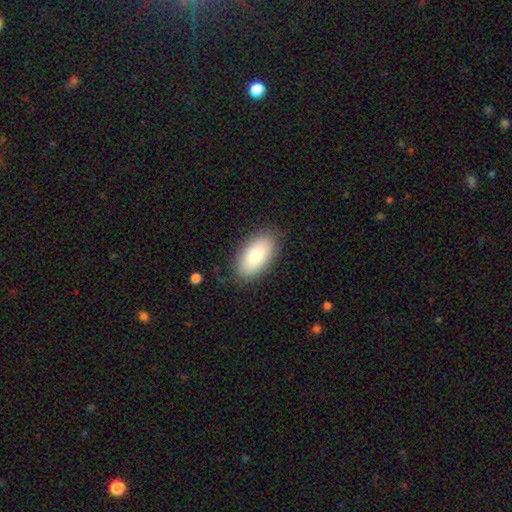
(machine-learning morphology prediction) smooth_or_featured: smooth (p=0.81) [alt: featured or disk p=0.13]
how_rounded: in between (p=0.94) [alt: round p=0.03]
merging: none (p=0.84) [alt: minor disturbance p=0.12]